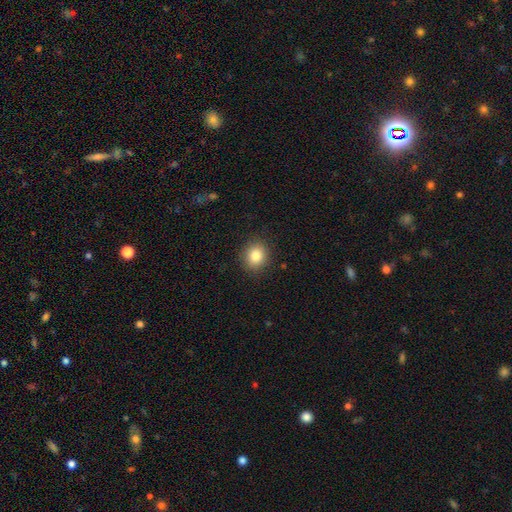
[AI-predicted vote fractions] smooth 84%, star or artifact 10%, featured or disk 6%. Down the decision tree: how rounded — round (74%); merging — none (89%).